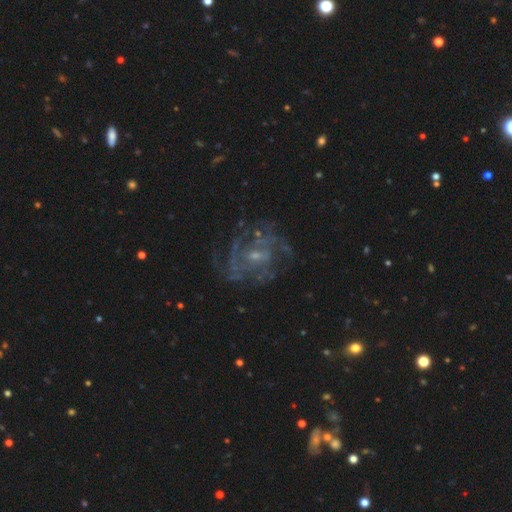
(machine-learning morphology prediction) smooth-or-featured: featured or disk: 71% | star or artifact: 19% | smooth: 11%
  disk-edge-on: no: 97% | yes: 3%
    bar: no: 57% | weak: 35% | strong: 8%
    has-spiral-arms: yes: 85% | no: 15%
      spiral-winding: tight: 46% | medium: 39% | loose: 15%
      spiral-arm-count: can't tell: 42% | 3: 15% | 2: 14% | 4: 13% | more than 4: 9% | 1: 7%
    bulge-size: small: 67% | moderate: 24% | none: 6% | large: 2% | dominant: 1%
  merging: none: 73% | minor disturbance: 14% | major disturbance: 11% | merger: 2%